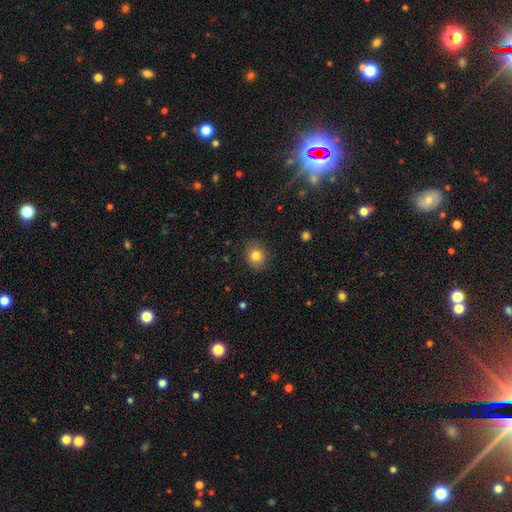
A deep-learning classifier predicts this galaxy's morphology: Q: Smooth or featured?
A: smooth (82%); runner-up: star or artifact (11%)
Q: How rounded?
A: round (76%); runner-up: in between (23%)
Q: Merging?
A: none (88%); runner-up: minor disturbance (9%)